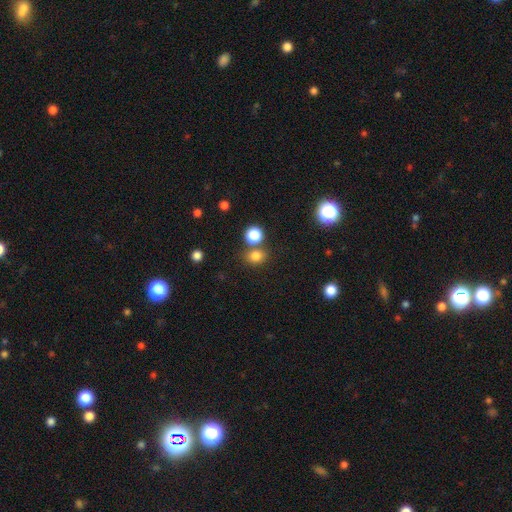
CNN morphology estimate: The model was most divided on "how rounded": round: 62%, in between: 37%, cigar-shaped: 1%. More confident: smooth or featured — smooth (79%); merging — none (63%).